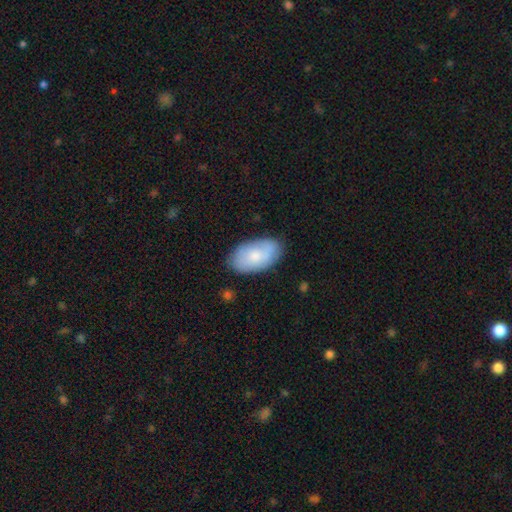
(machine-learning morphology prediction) Smooth or featured? smooth (72%)
How rounded? in between (95%)
Merging? none (79%)